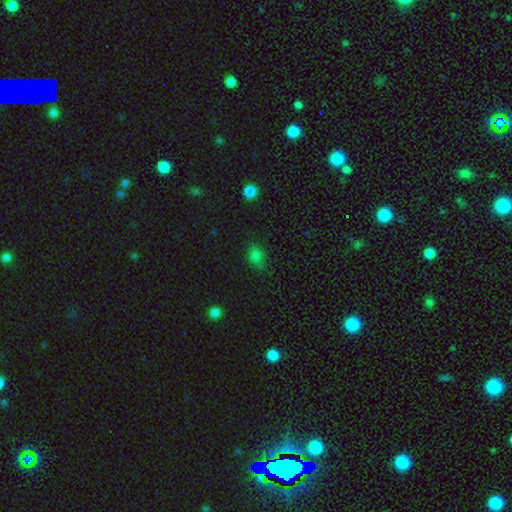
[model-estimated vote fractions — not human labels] smooth_or_featured: smooth (p=0.79) [alt: star or artifact p=0.16]
how_rounded: in between (p=0.67) [alt: round p=0.32]
merging: none (p=0.69) [alt: minor disturbance p=0.23]